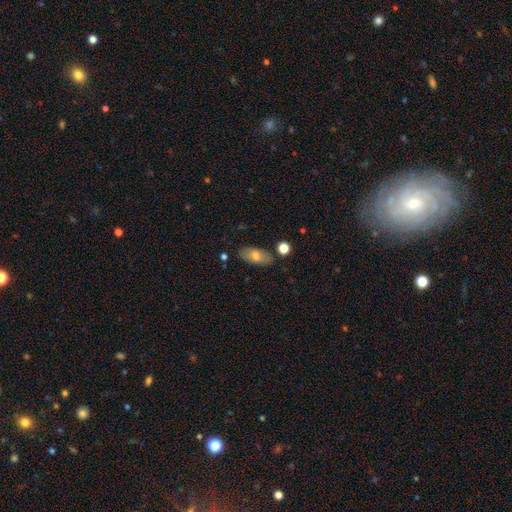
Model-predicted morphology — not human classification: Smooth or featured? smooth (71%)
How rounded? in between (89%)
Merging? none (81%)